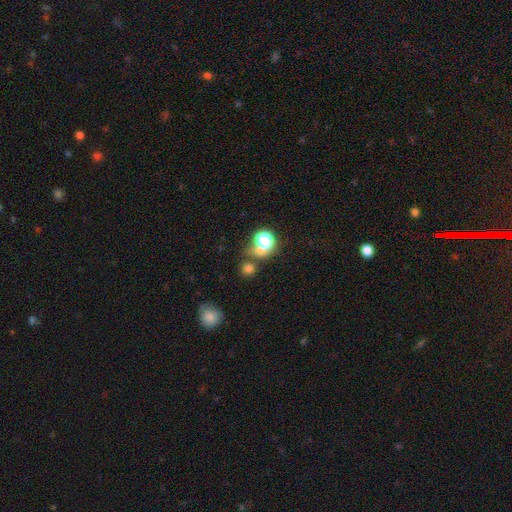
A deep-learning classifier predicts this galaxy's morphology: Smooth or featured? smooth (45%)
Merging? none (65%)